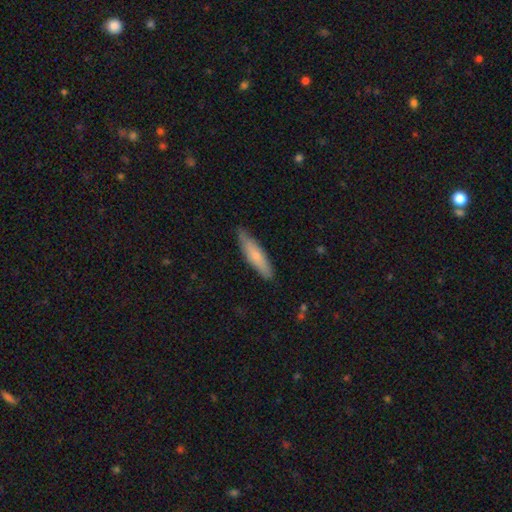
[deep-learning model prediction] A smooth galaxy with no disk features (70%) that is cigar-shaped (79%).

Vote fractions:
- Smooth or featured? smooth: 70% / featured or disk: 25% / star or artifact: 5%
- How rounded? cigar-shaped: 79% / in between: 20% / round: 1%
- Merging? none: 82% / minor disturbance: 15% / major disturbance: 2% / merger: 1%